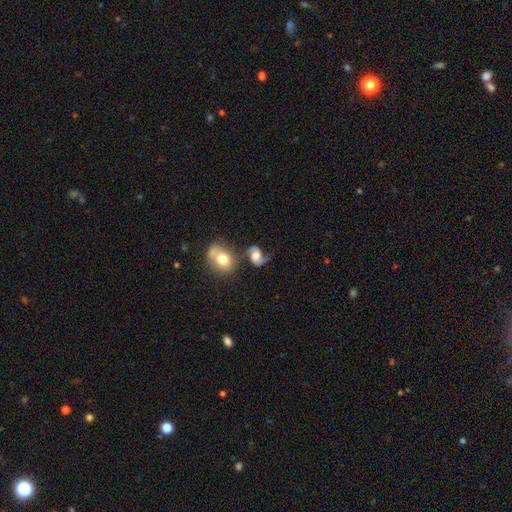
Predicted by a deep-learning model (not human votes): Morphology: type=featured or disk (69%); edge-on=no (97%); bar=no (58%); spiral arms=yes (92%); winding=loose (48%); arm count=2 (87%); bulge=moderate (45%); merging=none (48%).